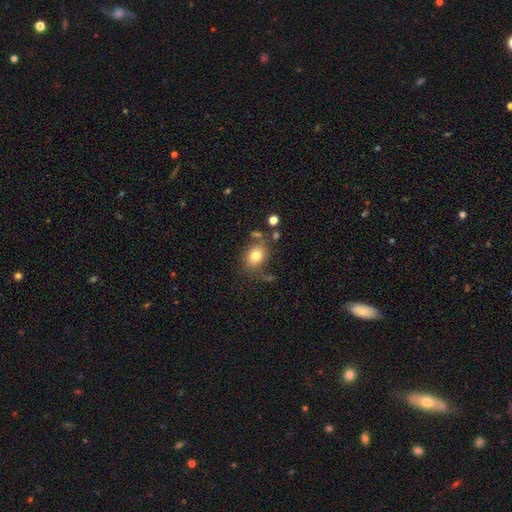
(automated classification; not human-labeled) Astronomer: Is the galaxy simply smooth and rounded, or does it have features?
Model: smooth — 77%.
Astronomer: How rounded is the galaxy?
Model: in between — 58% (runner-up: round, 41%).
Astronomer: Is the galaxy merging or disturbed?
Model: none — 66%.